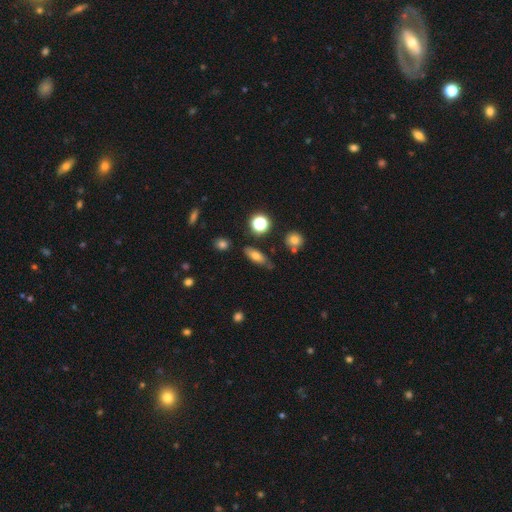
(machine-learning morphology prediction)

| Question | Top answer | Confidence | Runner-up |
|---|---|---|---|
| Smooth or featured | smooth | 68% | featured or disk (20%) |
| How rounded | in between | 66% | cigar-shaped (26%) |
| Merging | none | 72% | minor disturbance (18%) |